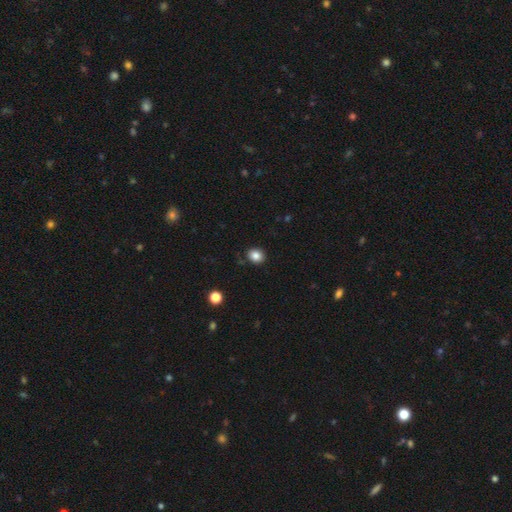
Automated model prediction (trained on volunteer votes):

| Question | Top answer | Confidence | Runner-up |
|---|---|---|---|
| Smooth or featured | smooth | 85% | star or artifact (10%) |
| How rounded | round | 64% | in between (36%) |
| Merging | none | 88% | minor disturbance (9%) |